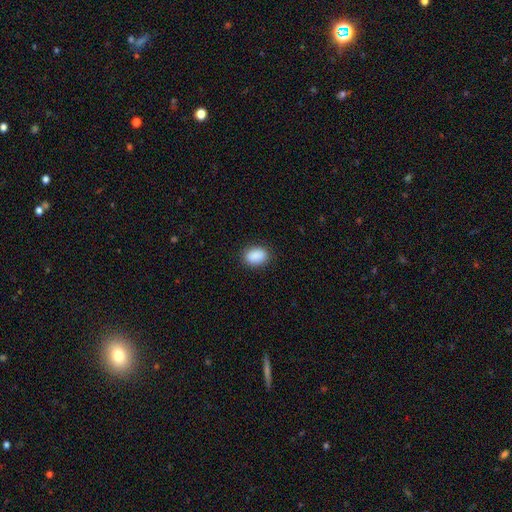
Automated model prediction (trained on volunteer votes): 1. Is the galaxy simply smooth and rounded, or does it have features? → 90% smooth, 7% star or artifact, 3% featured or disk.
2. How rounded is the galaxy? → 80% in between, 19% round, 1% cigar-shaped.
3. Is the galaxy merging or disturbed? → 88% none, 9% minor disturbance, 2% major disturbance, 1% merger.